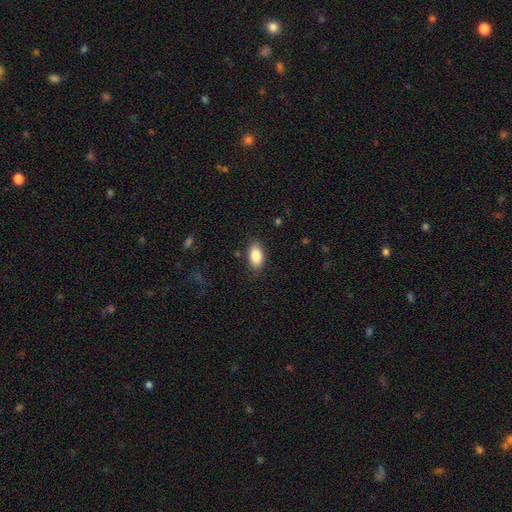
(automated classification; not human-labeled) smooth 86%, star or artifact 7%, featured or disk 7%. Down the decision tree: how rounded — in between (92%); merging — none (85%).